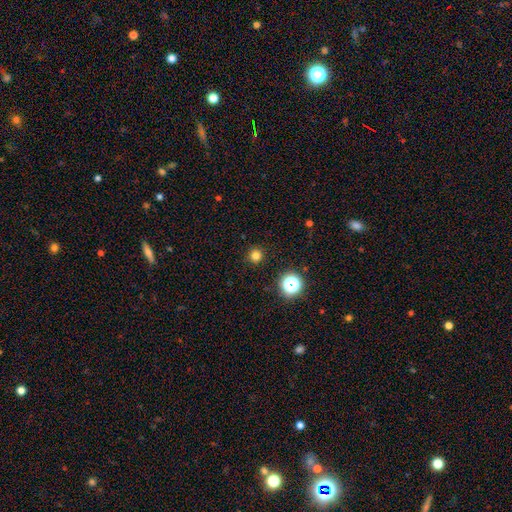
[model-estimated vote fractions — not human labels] This is likely a smooth galaxy (78%). How rounded: clearly round (95%). Merging: clearly none (92%).